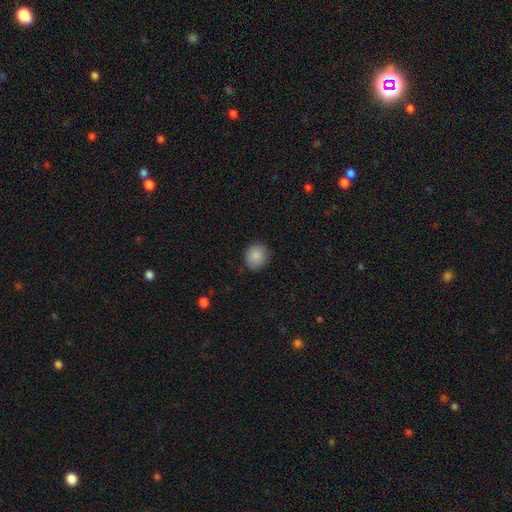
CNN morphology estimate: The model was most divided on "how rounded": round: 82%, in between: 17%, cigar-shaped: 1%. More confident: smooth or featured — smooth (88%); merging — none (85%).